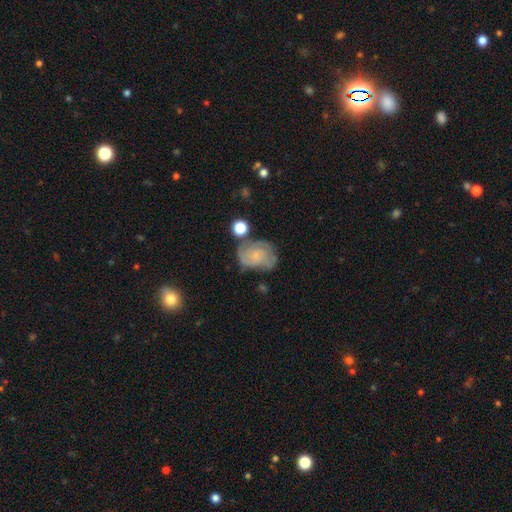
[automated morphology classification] Smooth or featured? featured or disk (64%)
Edge-on disk? no (98%)
Bar? no (75%)
Spiral arms? yes (85%)
Spiral winding? tight (49%)
Spiral arm count? can't tell (35%)
Bulge size? small (62%)
Merging? none (54%)